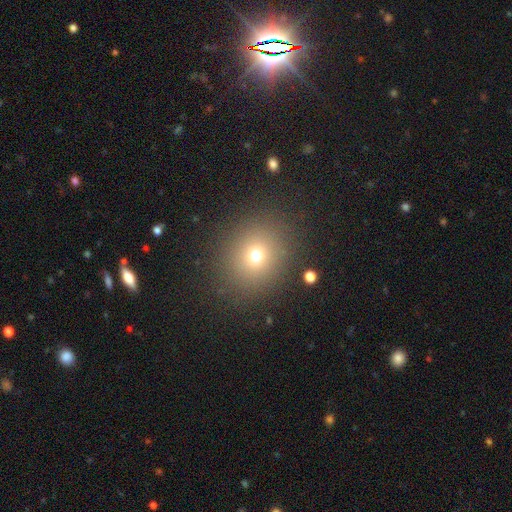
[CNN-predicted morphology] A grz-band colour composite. It shows a smooth galaxy with no disk features (70%) that is round (78%). Merging: none (87%).